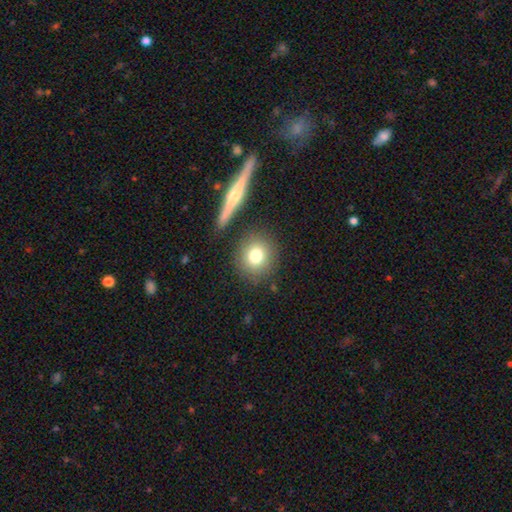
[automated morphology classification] The model was most divided on "smooth or featured": smooth: 77%, featured or disk: 13%, star or artifact: 10%. More confident: how rounded — round (86%); merging — none (83%).